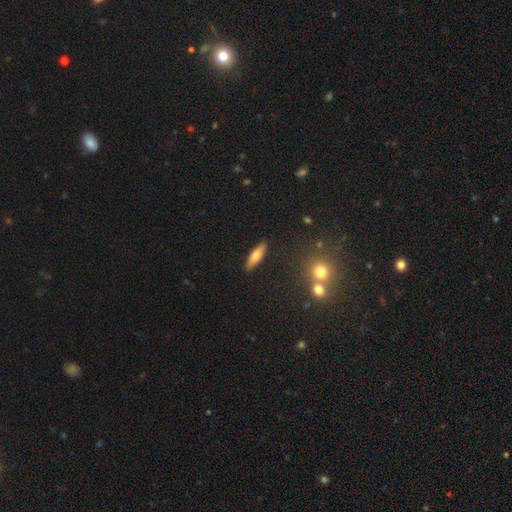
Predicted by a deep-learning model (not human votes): A smooth galaxy with no disk features (67%) that is cigar-shaped (62%).

Vote fractions:
- Smooth or featured? smooth: 67% / featured or disk: 26% / star or artifact: 7%
- How rounded? cigar-shaped: 62% / in between: 35% / round: 2%
- Merging? none: 89% / minor disturbance: 8% / major disturbance: 2% / merger: 2%